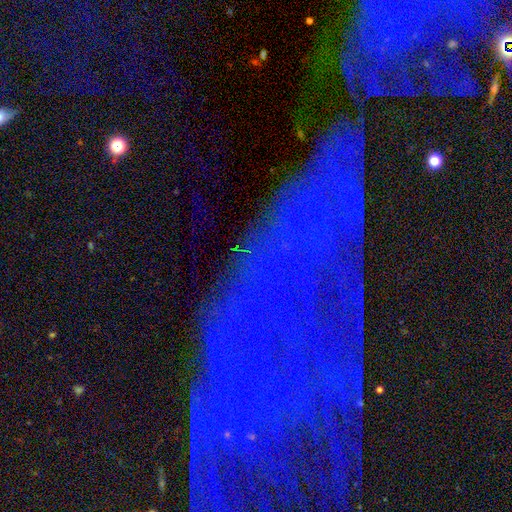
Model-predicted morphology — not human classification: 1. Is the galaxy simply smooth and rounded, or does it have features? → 76% star or artifact, 14% featured or disk, 11% smooth.